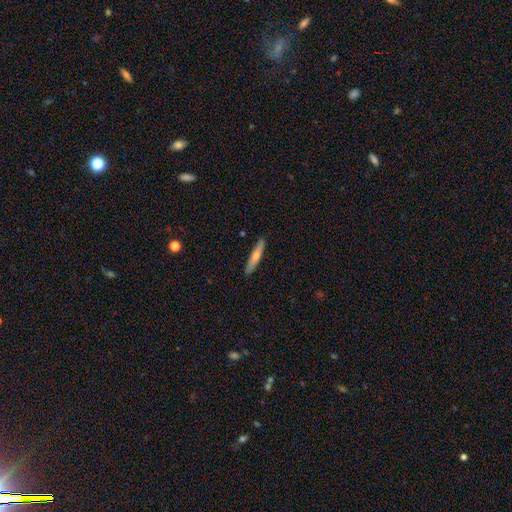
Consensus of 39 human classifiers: smooth-or-featured: smooth: 54% | featured or disk: 46% | star or artifact: 0%
  how-rounded: cigar-shaped: 90% | in between: 10% | round: 0%
  merging: none: 87% | minor disturbance: 10% | major disturbance: 3% | merger: 0%